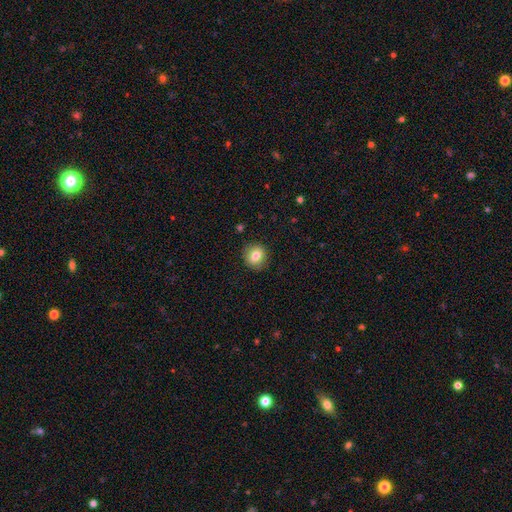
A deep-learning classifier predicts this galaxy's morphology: A smooth galaxy with no disk features (80%) that is round (82%).

Vote fractions:
- Smooth or featured? smooth: 80% / featured or disk: 11% / star or artifact: 9%
- How rounded? round: 82% / in between: 17% / cigar-shaped: 1%
- Merging? none: 88% / minor disturbance: 8% / major disturbance: 2% / merger: 1%